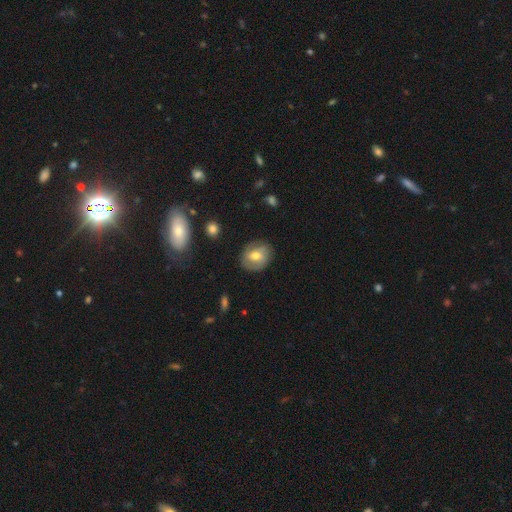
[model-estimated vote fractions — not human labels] Morphology: type=smooth (46%, tied with featured or disk); merging=none (79%).